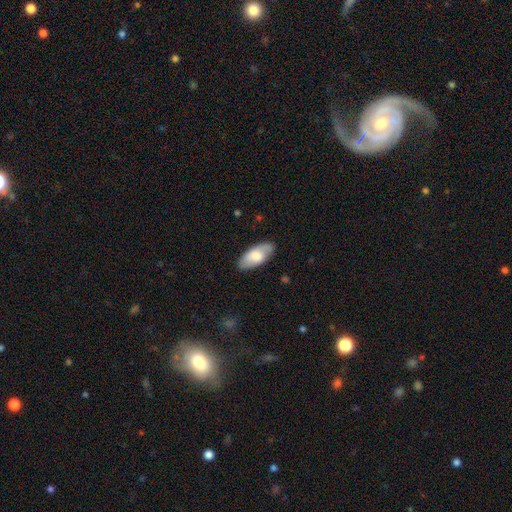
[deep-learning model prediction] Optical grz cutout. It shows a smooth galaxy with no disk features (68%) that is in between round and cigar-shaped (89%). Merging: none (81%).